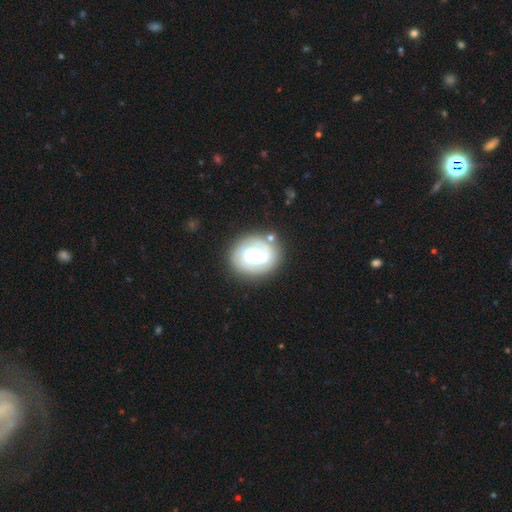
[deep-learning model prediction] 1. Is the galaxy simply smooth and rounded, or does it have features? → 72% featured or disk, 22% smooth, 6% star or artifact.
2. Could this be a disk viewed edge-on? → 97% no, 3% yes.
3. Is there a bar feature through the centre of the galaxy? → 37% weak (tied), 37% strong (tied), 26% no.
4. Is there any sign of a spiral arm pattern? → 76% yes, 24% no.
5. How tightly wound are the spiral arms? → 52% tight, 34% medium, 14% loose.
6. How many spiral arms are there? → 67% 2, 16% 1, 11% can't tell, 3% 3, 1% 4, 1% more than 4.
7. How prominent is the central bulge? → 47% large, 35% moderate, 10% dominant, 6% small, 2% none.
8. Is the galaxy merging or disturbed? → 73% none, 15% minor disturbance, 8% major disturbance, 4% merger.